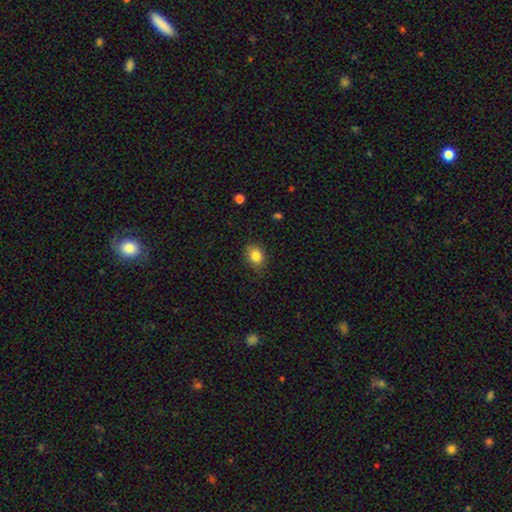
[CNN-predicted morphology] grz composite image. It shows a smooth galaxy with no disk features (84%) that is round (59%). Merging: none (77%).